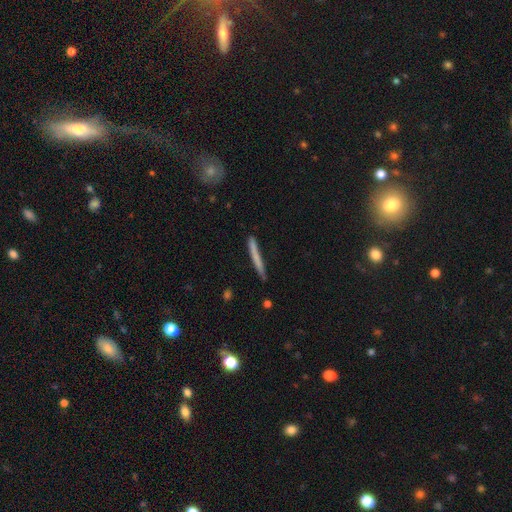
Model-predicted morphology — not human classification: Smooth or featured?
  - smooth: 63% *
  - featured or disk: 31%
  - star or artifact: 6%
How rounded?
  - cigar-shaped: 97% *
  - in between: 2%
  - round: 1%
Merging?
  - none: 85% *
  - minor disturbance: 11%
  - major disturbance: 2%
  - merger: 2%